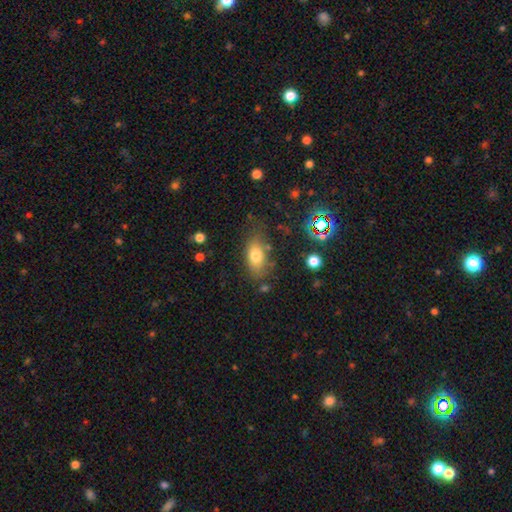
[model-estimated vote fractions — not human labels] Smooth or featured: smooth — 74% (featured or disk — 15%)
How rounded: in between — 85% (round — 9%)
Merging: none — 69% (minor disturbance — 19%)